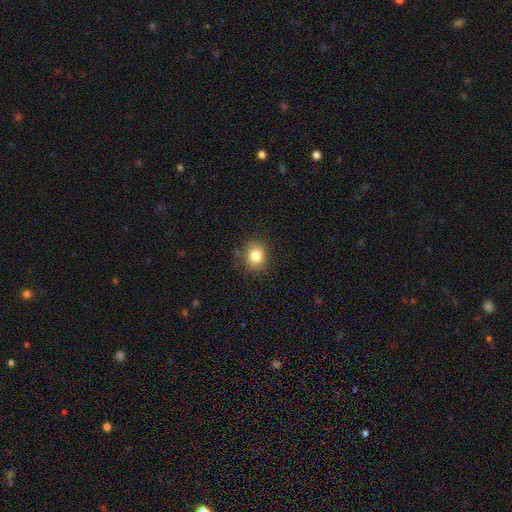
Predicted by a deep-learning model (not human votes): smooth_or_featured: smooth (p=0.83) [alt: star or artifact p=0.10]
how_rounded: round (p=0.61) [alt: in between p=0.38]
merging: none (p=0.83) [alt: minor disturbance p=0.12]